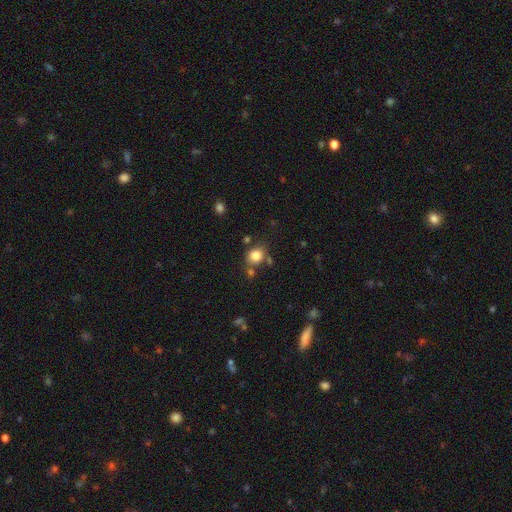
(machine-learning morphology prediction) A smooth galaxy with no disk features (82%) that is round (63%). Merging: none (70%).